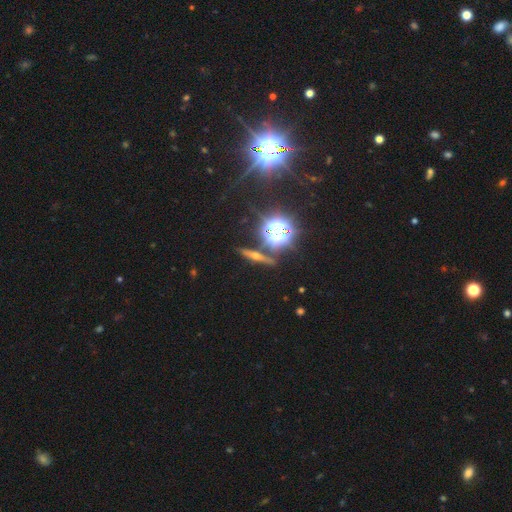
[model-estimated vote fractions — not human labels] This appears to be a featured or disk galaxy (52%) viewed edge-on (92%). Merging: none (85%).